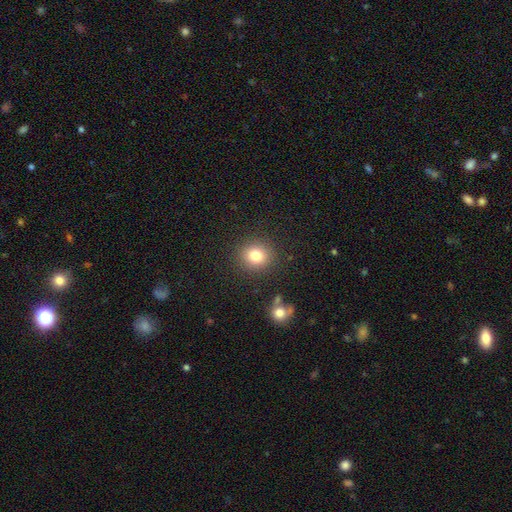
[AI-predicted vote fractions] Smooth or featured: smooth — 79% (star or artifact — 13%)
How rounded: round — 88% (in between — 11%)
Merging: none — 88% (minor disturbance — 7%)